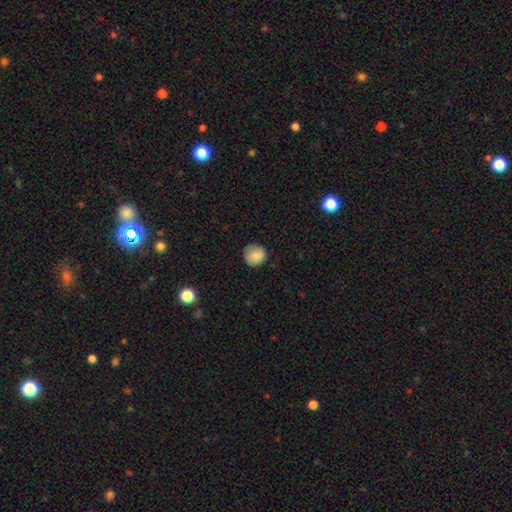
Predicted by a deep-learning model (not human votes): smooth-or-featured: smooth: 84% | featured or disk: 8% | star or artifact: 8%
  how-rounded: round: 92% | in between: 7% | cigar-shaped: 1%
  merging: none: 84% | minor disturbance: 12% | major disturbance: 3% | merger: 1%